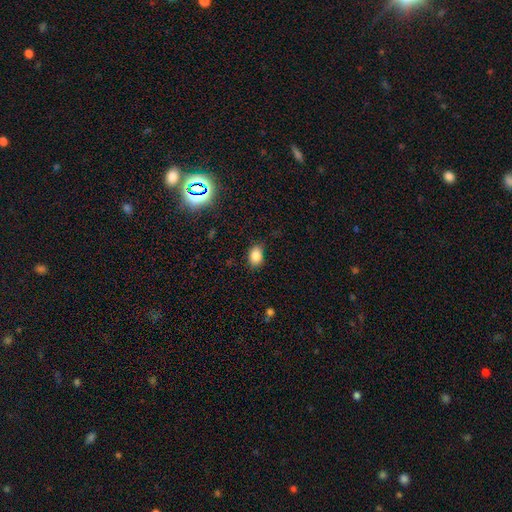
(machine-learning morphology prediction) smooth-or-featured: smooth: 84% | star or artifact: 10% | featured or disk: 5%
  how-rounded: in between: 78% | round: 21% | cigar-shaped: 1%
  merging: none: 79% | minor disturbance: 16% | major disturbance: 4% | merger: 1%